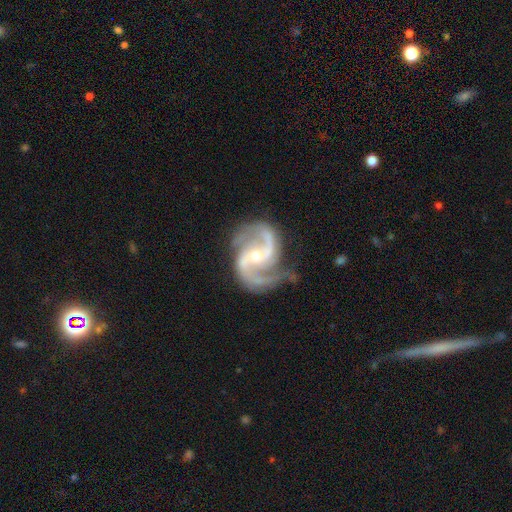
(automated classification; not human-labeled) The model was most divided on "bar": no: 43%, weak: 37%, strong: 20%. More confident: spiral arms — yes (98%); edge-on disk — no (98%); smooth or featured — featured or disk (93%); spiral arm count — 2 (87%); merging — none (72%); spiral winding — medium (61%); bulge size — small (57%).